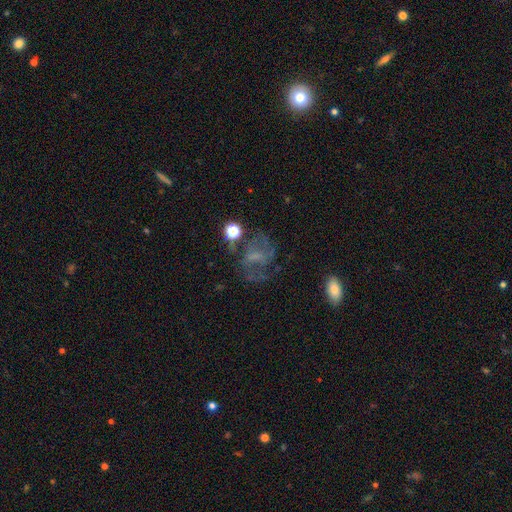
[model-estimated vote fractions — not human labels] Smooth or featured: featured or disk — 57% (smooth — 25%)
Edge-on disk: no — 97% (yes — 3%)
Bar: no — 50% (weak — 37%)
Spiral arms: yes — 62% (no — 38%)
Bulge size: none — 47% (small — 33%)
Merging: none — 47% (major disturbance — 29%)